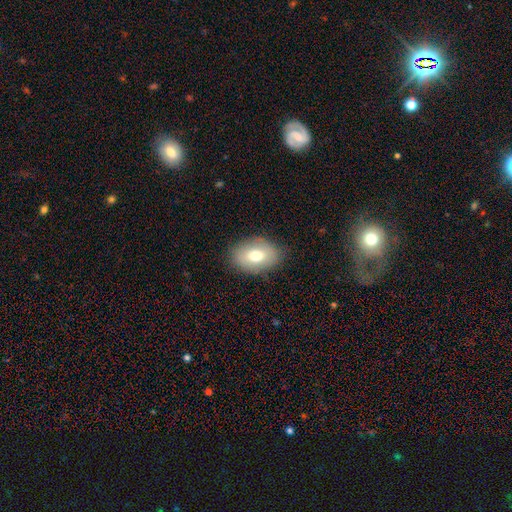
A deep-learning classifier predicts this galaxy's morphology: smooth 70%, featured or disk 21%, star or artifact 9%. Down the decision tree: how rounded — in between (83%); merging — none (81%).